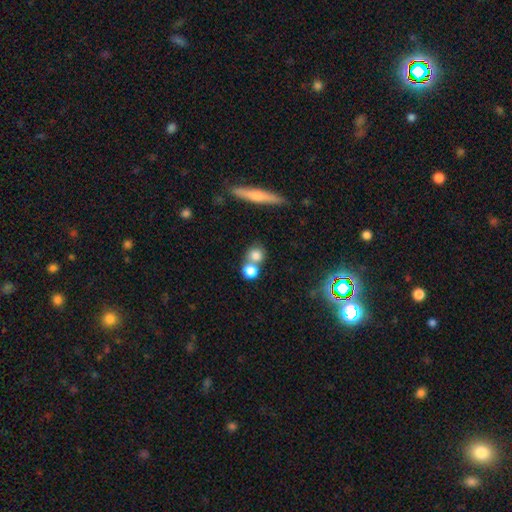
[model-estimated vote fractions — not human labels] A smooth galaxy with no disk features (77%) that is round (80%).

Vote fractions:
- Smooth or featured? smooth: 77% / star or artifact: 12% / featured or disk: 11%
- How rounded? round: 80% / in between: 16% / cigar-shaped: 4%
- Merging? none: 54% / merger: 34% / minor disturbance: 9% / major disturbance: 4%